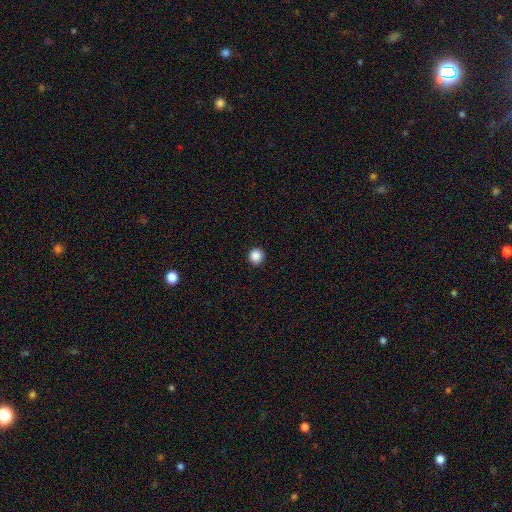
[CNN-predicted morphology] The model was most divided on "smooth or featured": smooth: 88%, star or artifact: 10%, featured or disk: 2%. More confident: how rounded — round (96%); merging — none (94%).